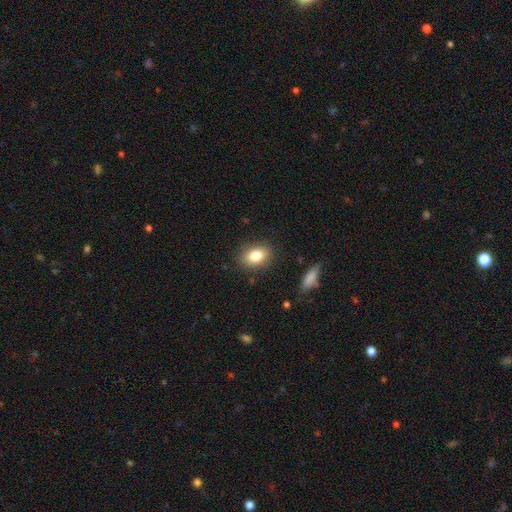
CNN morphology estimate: Smooth or featured: smooth — 81% (featured or disk — 10%)
How rounded: in between — 76% (round — 22%)
Merging: none — 86% (minor disturbance — 10%)